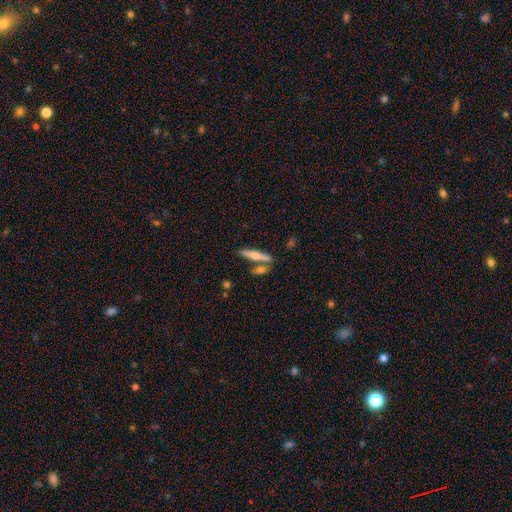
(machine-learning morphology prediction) This appears to be a smooth galaxy with no disk features (52%) that is cigar-shaped (83%). Merging: none (66%).